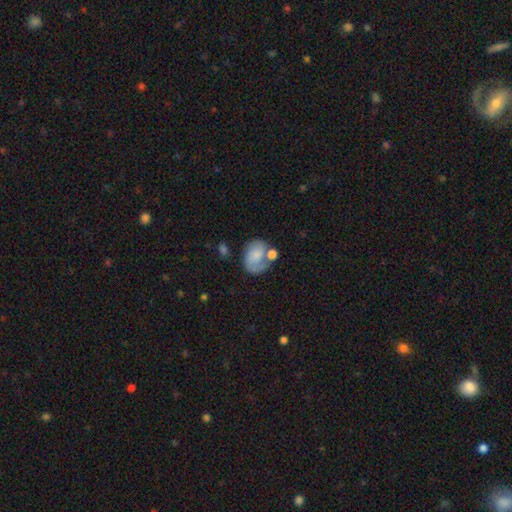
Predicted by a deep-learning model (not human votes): The model was most divided on "merging": none: 34%, merger: 24%, minor disturbance: 22%, major disturbance: 20%. More confident: how rounded — in between (64%); smooth or featured — smooth (58%).